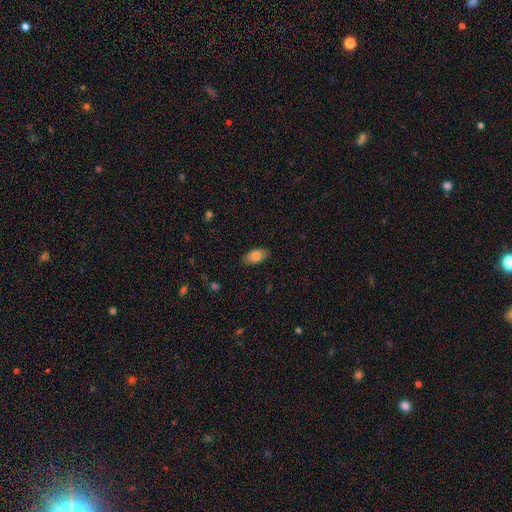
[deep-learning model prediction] Overall: smooth (82%). How rounded: in between (92%). Merging: none (85%).